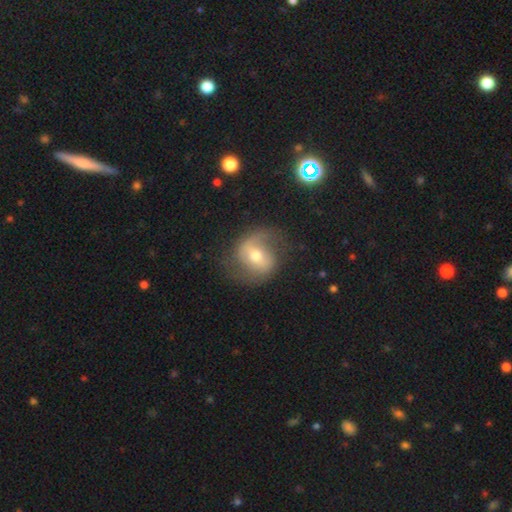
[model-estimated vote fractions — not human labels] A featured or disk galaxy (72%) with a weak bar (44%), 2 (80%) loose (43%) spiral arms (88%) and a moderate central bulge (65%). Merging: none (65%).